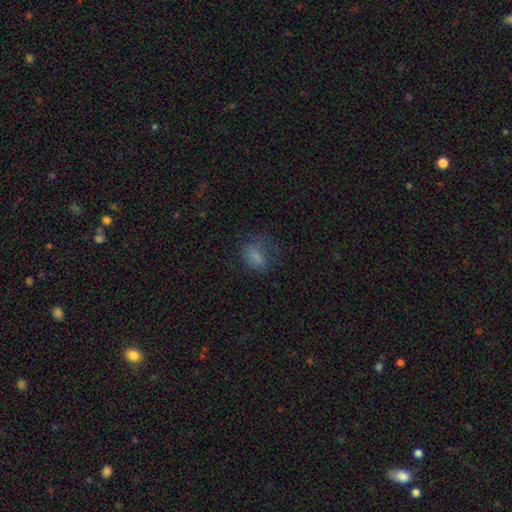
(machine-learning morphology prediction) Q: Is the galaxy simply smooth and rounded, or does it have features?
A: smooth — 69%.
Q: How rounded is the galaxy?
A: in between — 73%.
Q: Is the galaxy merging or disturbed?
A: none — 39%.